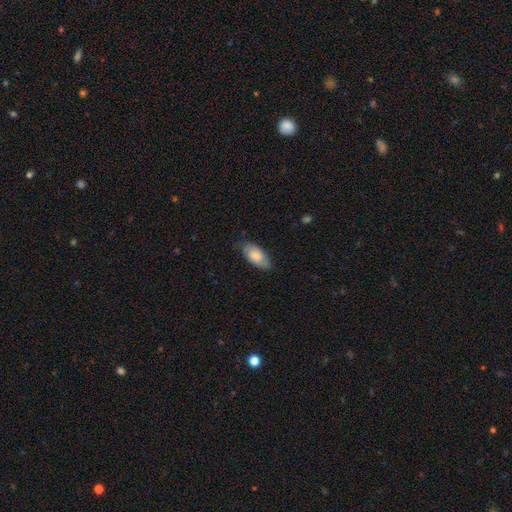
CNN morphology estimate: Smooth or featured? smooth (77%)
How rounded? in between (90%)
Merging? none (73%)